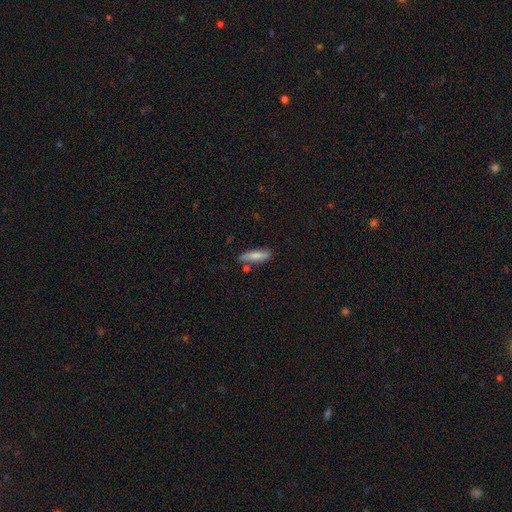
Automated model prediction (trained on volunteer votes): Smooth or featured? Predicted: smooth (p=0.74). How rounded? Predicted: cigar-shaped (p=0.68). Merging? Predicted: none (p=0.73).